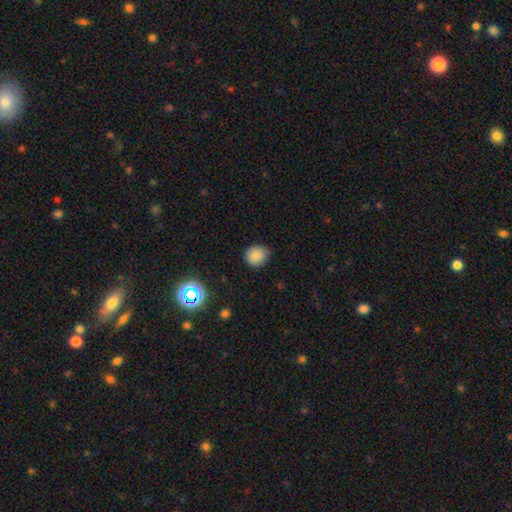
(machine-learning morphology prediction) smooth-or-featured: smooth: 83% | star or artifact: 12% | featured or disk: 5%
  how-rounded: round: 84% | in between: 15% | cigar-shaped: 1%
  merging: none: 80% | minor disturbance: 16% | major disturbance: 3% | merger: 1%